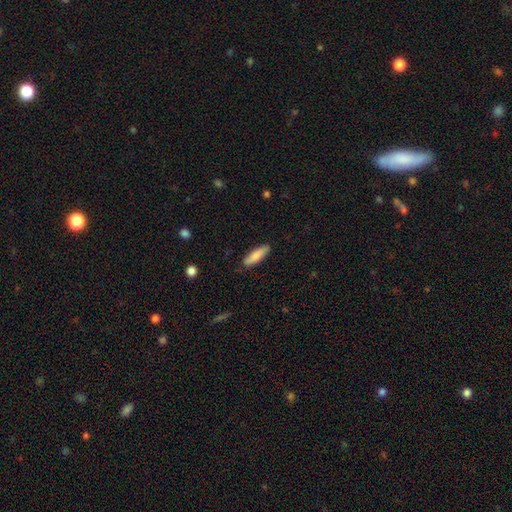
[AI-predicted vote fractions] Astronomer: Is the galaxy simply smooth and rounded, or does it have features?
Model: smooth — 82%.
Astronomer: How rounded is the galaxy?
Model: cigar-shaped — 54% (runner-up: in between, 44%).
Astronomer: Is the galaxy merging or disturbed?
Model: none — 86%.